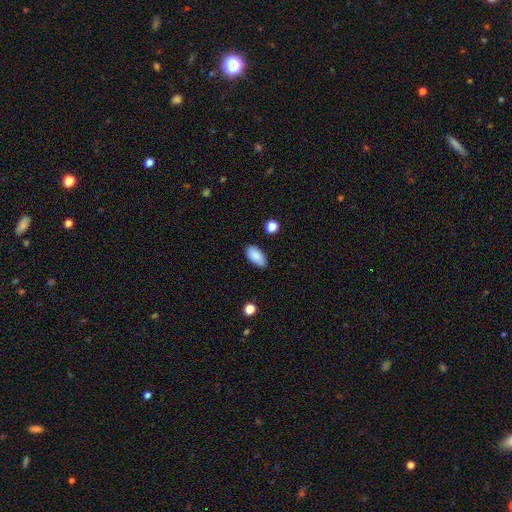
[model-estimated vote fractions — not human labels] smooth 88%, star or artifact 7%, featured or disk 5%. Down the decision tree: how rounded — in between (94%); merging — none (84%).